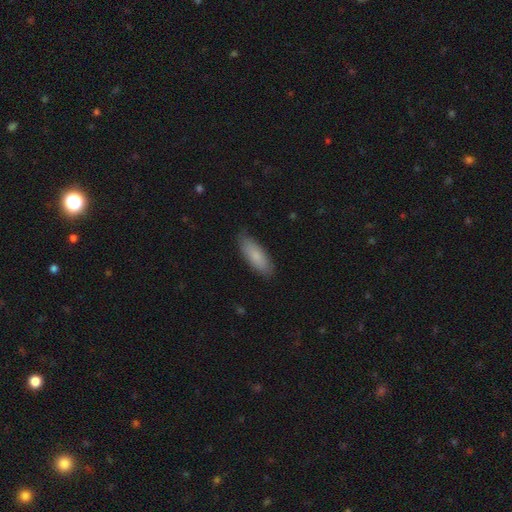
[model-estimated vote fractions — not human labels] smooth 85%, featured or disk 10%, star or artifact 6%. Down the decision tree: how rounded — in between (63%); merging — none (84%).